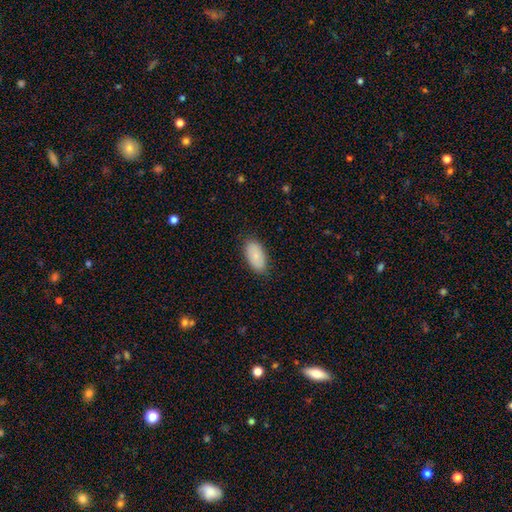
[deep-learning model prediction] Smooth or featured?
  - smooth: 85% *
  - featured or disk: 9%
  - star or artifact: 6%
How rounded?
  - in between: 95% *
  - cigar-shaped: 3%
  - round: 3%
Merging?
  - none: 84% *
  - minor disturbance: 12%
  - major disturbance: 2%
  - merger: 1%